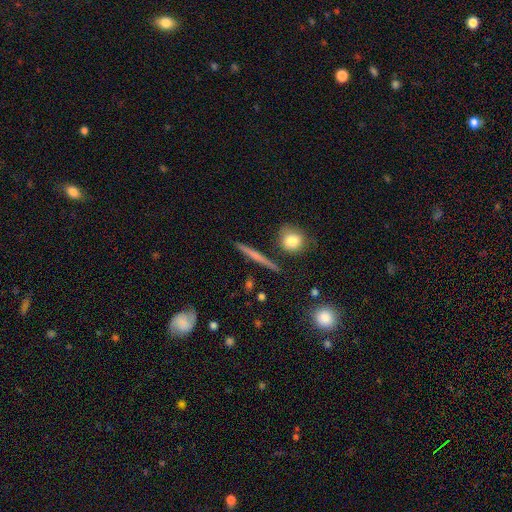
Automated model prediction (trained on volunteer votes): A featured or disk galaxy (57%) viewed edge-on (95%) with no central bulge (57%).

Vote fractions:
- Smooth or featured? featured or disk: 57% / smooth: 35% / star or artifact: 8%
- Edge-on disk? yes: 95% / no: 5%
- Edge-on bulge? none: 57% / rounded: 33% / boxy: 9%
- Merging? none: 88% / minor disturbance: 7% / merger: 2% / major disturbance: 2%